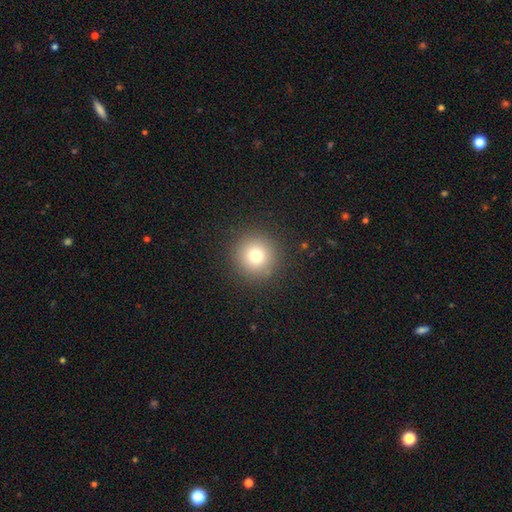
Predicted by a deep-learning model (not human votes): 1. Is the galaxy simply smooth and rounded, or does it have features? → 76% smooth, 14% star or artifact, 10% featured or disk.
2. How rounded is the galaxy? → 96% round, 3% in between, 1% cigar-shaped.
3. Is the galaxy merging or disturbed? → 91% none, 5% minor disturbance, 3% major disturbance, 1% merger.